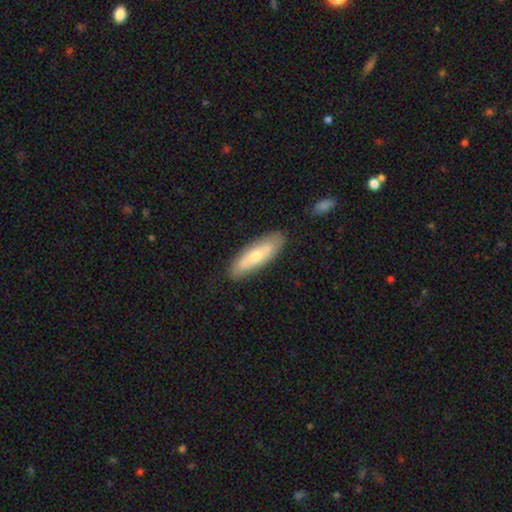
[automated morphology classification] Q: Smooth or featured?
A: smooth (53%); runner-up: featured or disk (42%)
Q: How rounded?
A: in between (51%); runner-up: cigar-shaped (47%)
Q: Merging?
A: none (84%); runner-up: minor disturbance (12%)